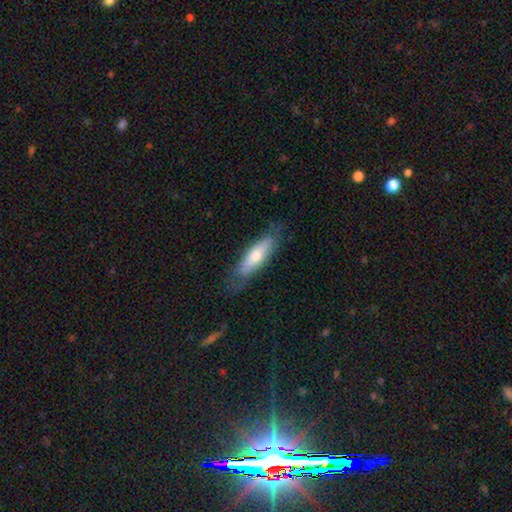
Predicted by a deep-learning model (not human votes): smooth-or-featured: smooth: 60% | featured or disk: 34% | star or artifact: 6%
  how-rounded: cigar-shaped: 50% | in between: 49% | round: 2%
  merging: none: 71% | minor disturbance: 21% | major disturbance: 7% | merger: 1%